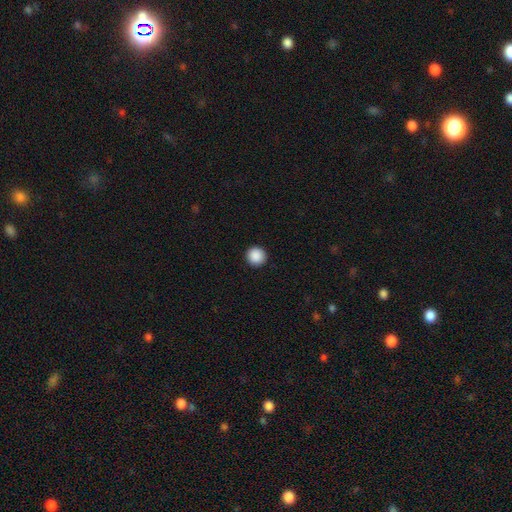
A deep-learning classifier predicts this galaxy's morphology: Smooth or featured: smooth — 89% (star or artifact — 8%)
How rounded: round — 96% (in between — 3%)
Merging: none — 94% (minor disturbance — 4%)